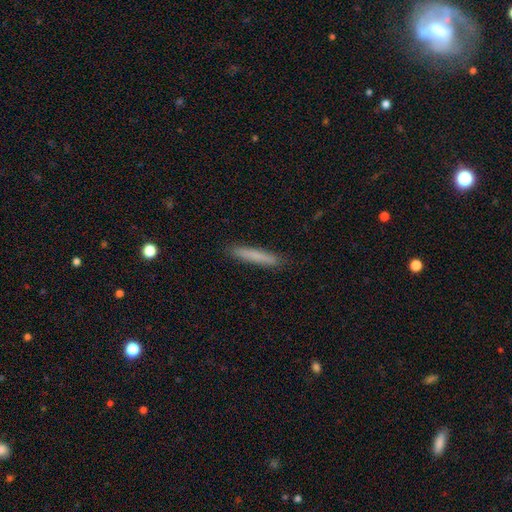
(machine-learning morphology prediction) Q: Smooth or featured?
A: smooth (78%); runner-up: featured or disk (15%)
Q: How rounded?
A: cigar-shaped (95%); runner-up: in between (4%)
Q: Merging?
A: none (90%); runner-up: minor disturbance (8%)